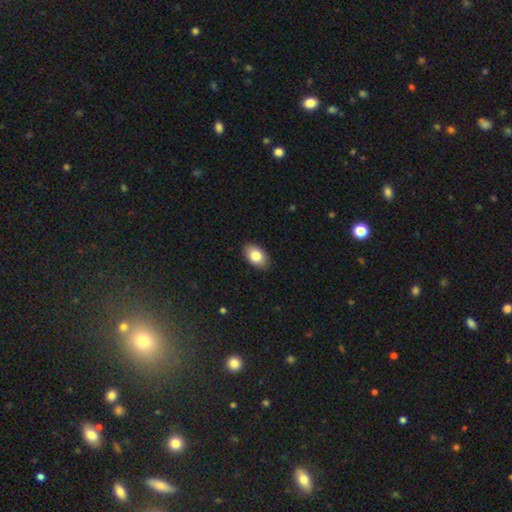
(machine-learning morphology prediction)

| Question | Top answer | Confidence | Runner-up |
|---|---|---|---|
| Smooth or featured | smooth | 82% | featured or disk (11%) |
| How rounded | in between | 91% | round (7%) |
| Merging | none | 89% | minor disturbance (9%) |